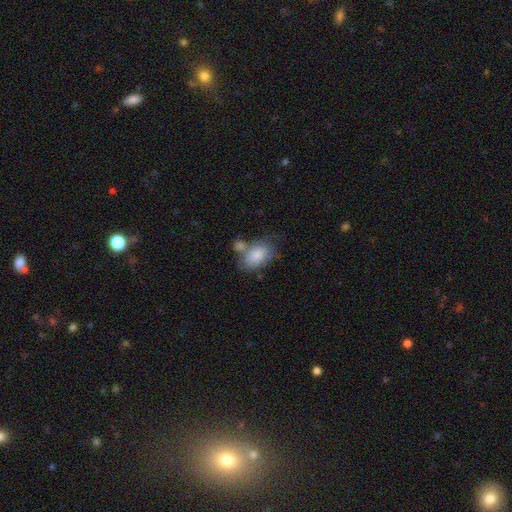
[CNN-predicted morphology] This is clearly a smooth galaxy (81%). How rounded: clearly in between (88%). Merging: marginally none (40%).